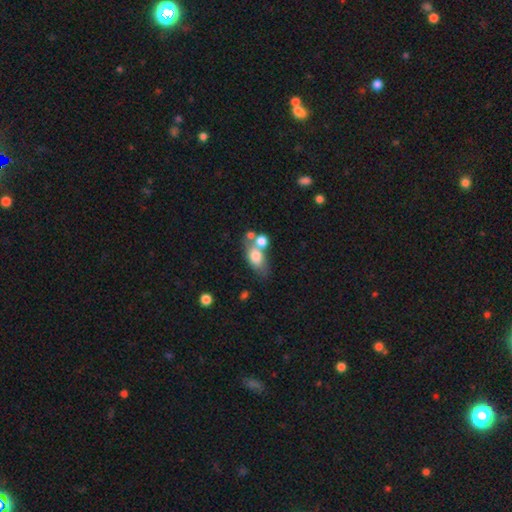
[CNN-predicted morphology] type=smooth (71%); roundness=in between (73%); merging=merger (42%).